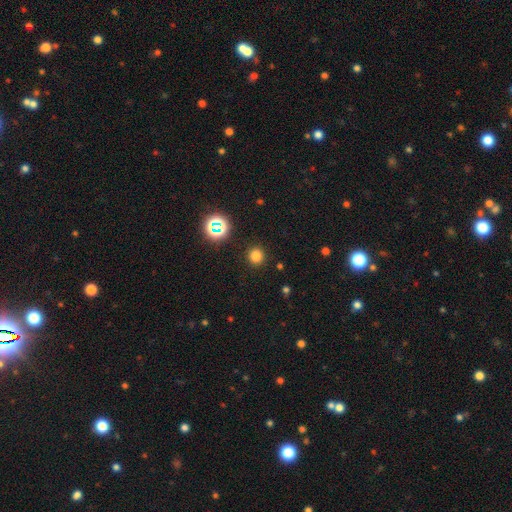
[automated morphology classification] Smooth or featured?
  - smooth: 76% *
  - star or artifact: 20%
  - featured or disk: 4%
How rounded?
  - round: 91% *
  - in between: 8%
  - cigar-shaped: 1%
Merging?
  - none: 90% *
  - minor disturbance: 6%
  - major disturbance: 3%
  - merger: 1%